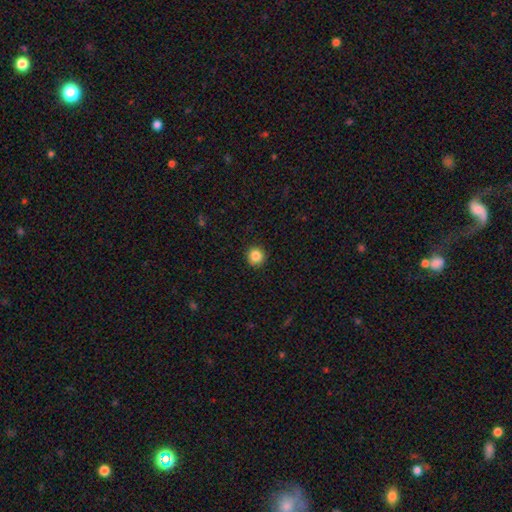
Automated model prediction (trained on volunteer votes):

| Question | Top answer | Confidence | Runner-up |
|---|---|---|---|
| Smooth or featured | smooth | 86% | star or artifact (10%) |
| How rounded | round | 94% | in between (5%) |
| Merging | none | 91% | minor disturbance (6%) |